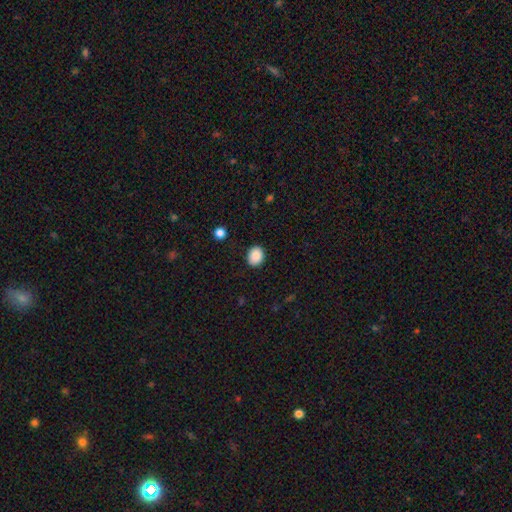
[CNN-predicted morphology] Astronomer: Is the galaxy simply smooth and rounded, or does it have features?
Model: smooth — 88%.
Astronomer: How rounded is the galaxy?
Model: in between — 51% (runner-up: round, 48%).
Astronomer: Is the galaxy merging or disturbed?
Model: none — 88%.